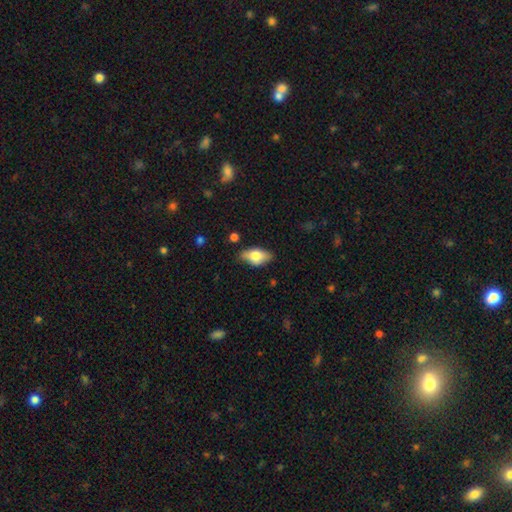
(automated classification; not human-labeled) Morphology: type=smooth (67%); roundness=in between (88%); merging=none (75%).